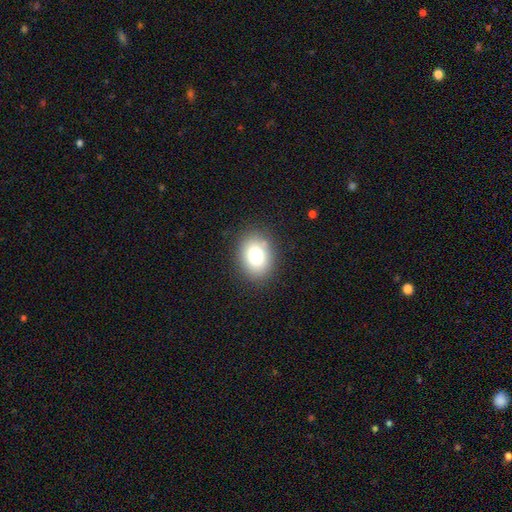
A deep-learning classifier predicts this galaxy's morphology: Smooth or featured? smooth (77%)
How rounded? in between (55%)
Merging? none (85%)